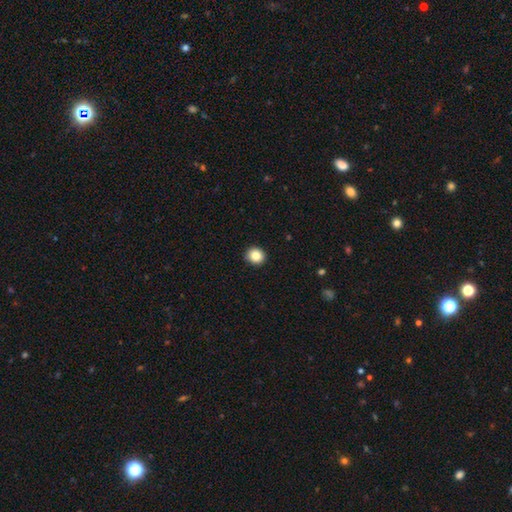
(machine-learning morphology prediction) This appears to be a smooth galaxy with no disk features (84%) that is round (84%). Merging: none (92%).